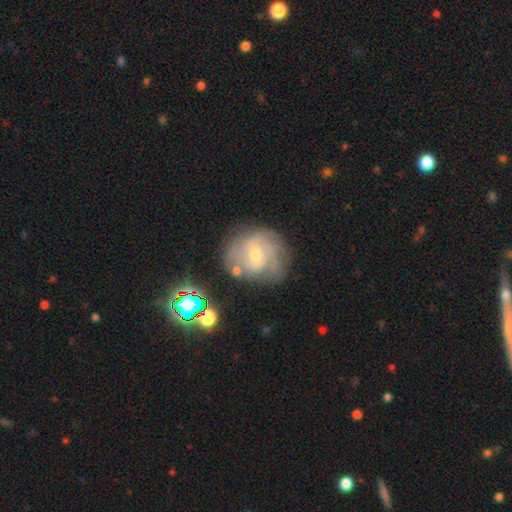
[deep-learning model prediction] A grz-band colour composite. It shows a featured or disk galaxy (81%) with no bar (48%), tight (59%) spiral arms (94%) and a moderate central bulge (50%). Merging: none (68%).